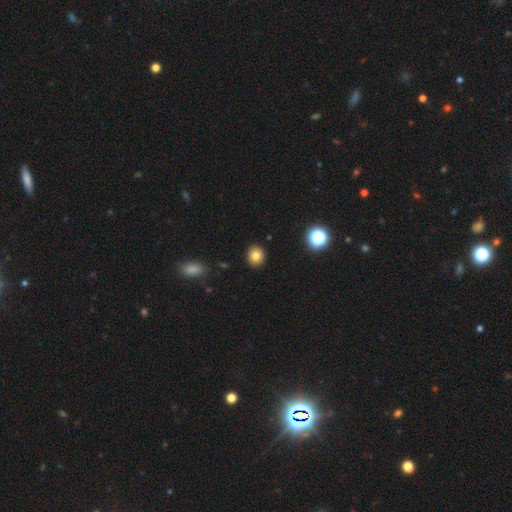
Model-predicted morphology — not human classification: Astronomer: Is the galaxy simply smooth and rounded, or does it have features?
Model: smooth — 81%.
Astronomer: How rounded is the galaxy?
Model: round — 78%.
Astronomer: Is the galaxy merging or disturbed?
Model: none — 91%.